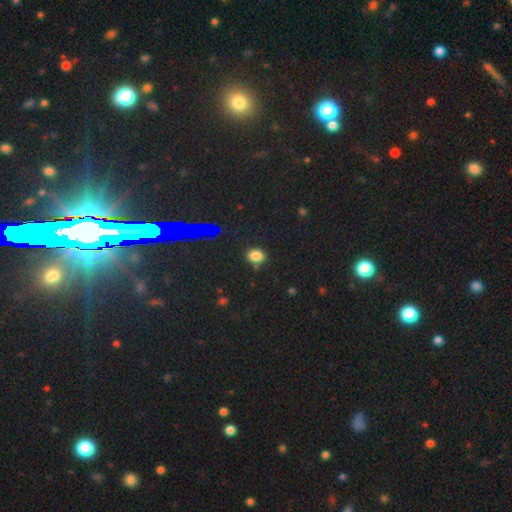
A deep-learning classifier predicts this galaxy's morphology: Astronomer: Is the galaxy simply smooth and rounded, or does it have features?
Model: smooth — 78%.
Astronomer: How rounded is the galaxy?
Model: round — 51% (runner-up: in between, 47%).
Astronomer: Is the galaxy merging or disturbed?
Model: none — 80%.